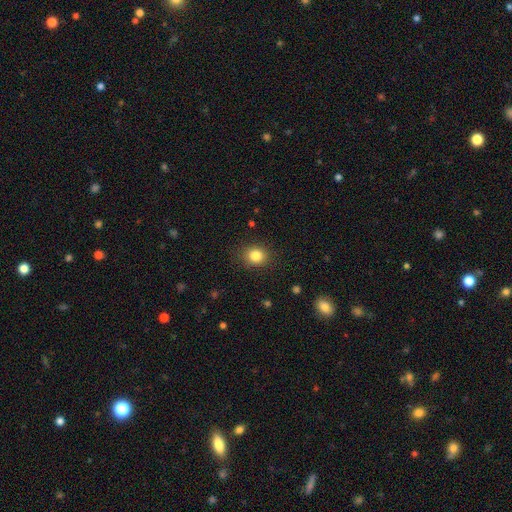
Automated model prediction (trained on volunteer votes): Smooth or featured? smooth (84%)
How rounded? round (76%)
Merging? none (88%)